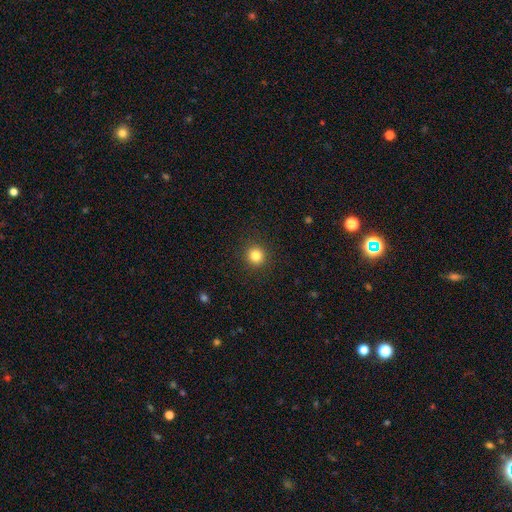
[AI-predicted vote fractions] This appears to be a smooth galaxy with no disk features (82%) that is round (94%). Merging: none (92%).